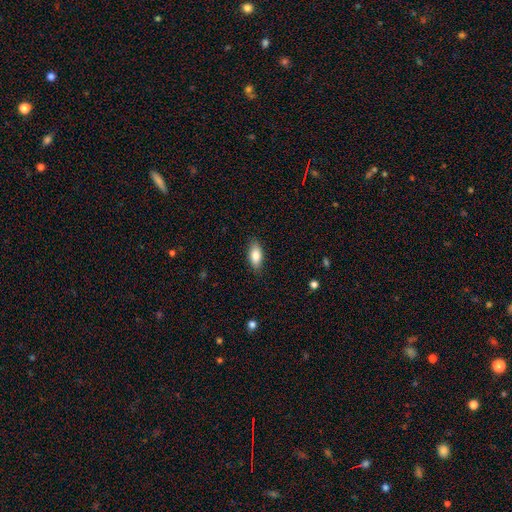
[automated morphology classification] This appears to be a smooth galaxy with no disk features (81%) that is in between round and cigar-shaped (86%). Merging: none (86%).